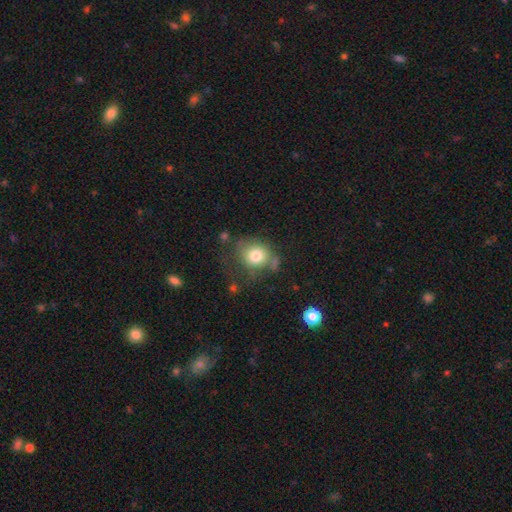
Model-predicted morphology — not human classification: Q: Smooth or featured?
A: smooth (77%); runner-up: featured or disk (13%)
Q: How rounded?
A: round (71%); runner-up: in between (28%)
Q: Merging?
A: none (56%); runner-up: minor disturbance (25%)